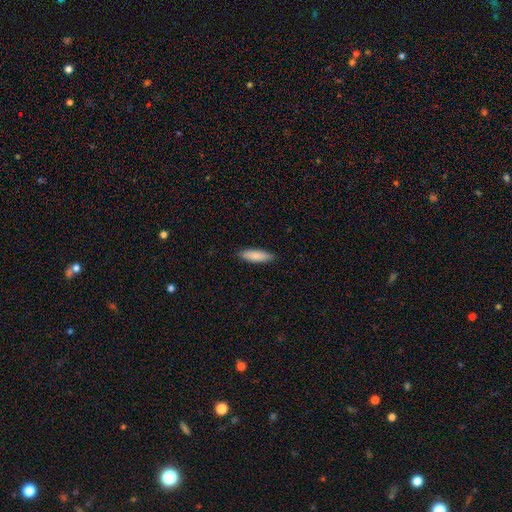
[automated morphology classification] This is clearly a smooth galaxy (86%). How rounded: possibly cigar-shaped (55%). Merging: clearly none (88%).